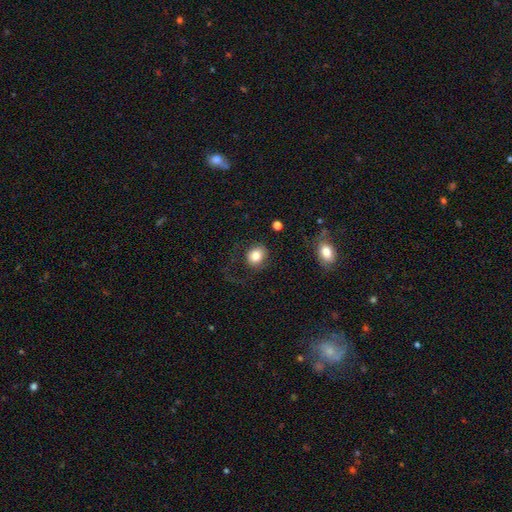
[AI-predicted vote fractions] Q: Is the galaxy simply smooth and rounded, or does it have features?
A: smooth — 83%.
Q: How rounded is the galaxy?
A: round — 68%.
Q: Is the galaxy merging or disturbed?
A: none — 68%.